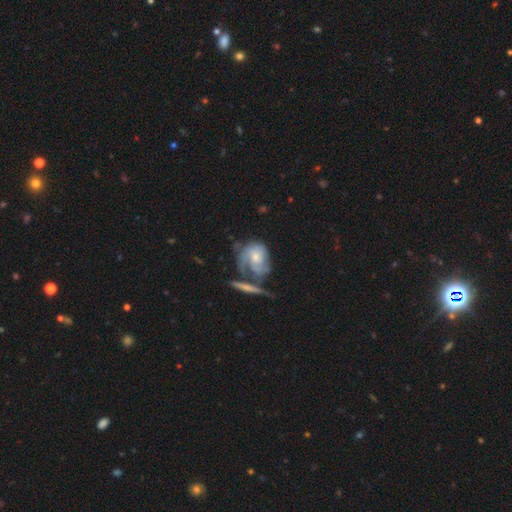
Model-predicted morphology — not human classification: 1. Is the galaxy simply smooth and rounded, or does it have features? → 67% featured or disk, 25% smooth, 8% star or artifact.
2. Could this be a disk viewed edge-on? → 90% no, 10% yes.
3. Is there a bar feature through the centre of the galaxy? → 71% no, 24% weak, 6% strong.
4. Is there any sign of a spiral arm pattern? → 79% yes, 21% no.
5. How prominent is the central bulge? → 49% moderate, 40% small, 5% large, 4% none, 1% dominant.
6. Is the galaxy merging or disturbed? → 33% merger, 32% none, 18% major disturbance, 18% minor disturbance.